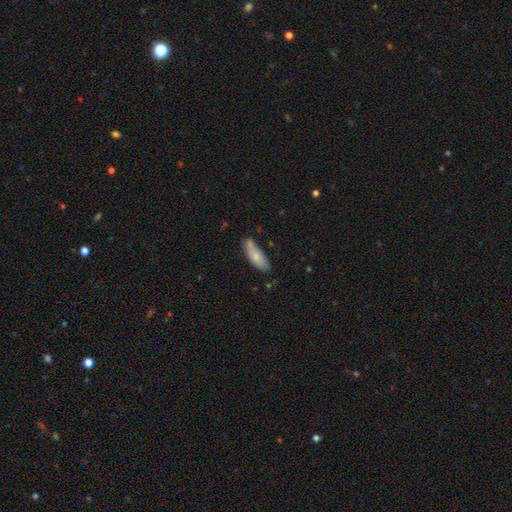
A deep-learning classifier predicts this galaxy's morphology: Q: Smooth or featured?
A: smooth (75%); runner-up: featured or disk (19%)
Q: How rounded?
A: in between (60%); runner-up: cigar-shaped (38%)
Q: Merging?
A: none (66%); runner-up: minor disturbance (23%)